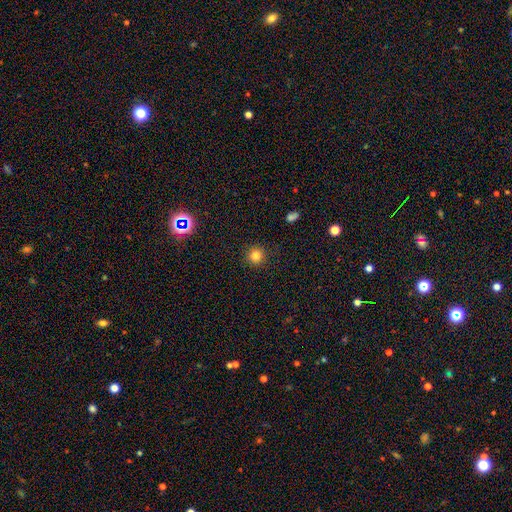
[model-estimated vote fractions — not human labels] smooth-or-featured: smooth: 80% | star or artifact: 14% | featured or disk: 5%
  how-rounded: round: 94% | in between: 5% | cigar-shaped: 1%
  merging: none: 91% | minor disturbance: 6% | major disturbance: 2% | merger: 1%